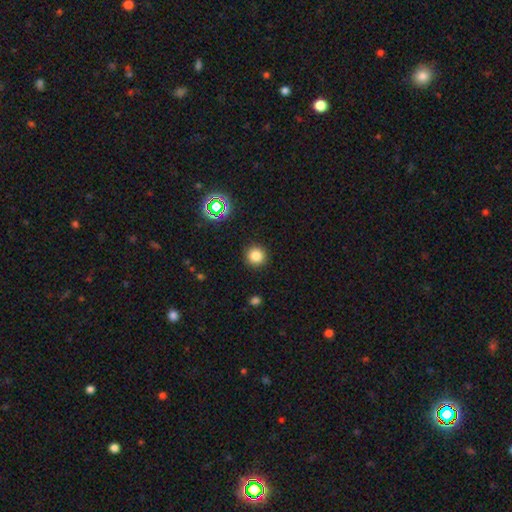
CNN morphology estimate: smooth_or_featured: smooth (p=0.80) [alt: star or artifact p=0.15]
how_rounded: round (p=0.94) [alt: in between p=0.05]
merging: none (p=0.91) [alt: minor disturbance p=0.05]